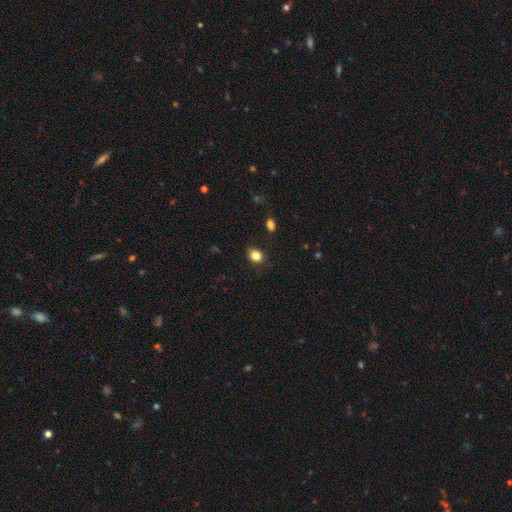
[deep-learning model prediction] Smooth or featured? Predicted: smooth (p=0.83). How rounded? Predicted: round (p=0.56). Merging? Predicted: none (p=0.84).